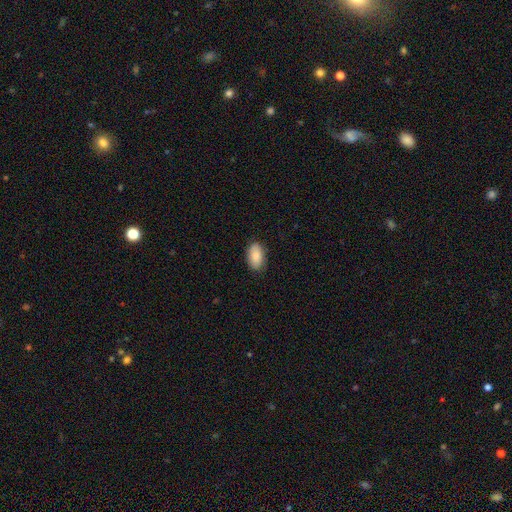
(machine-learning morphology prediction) This appears to be a smooth galaxy with no disk features (87%) that is in between round and cigar-shaped (94%). Merging: none (85%).